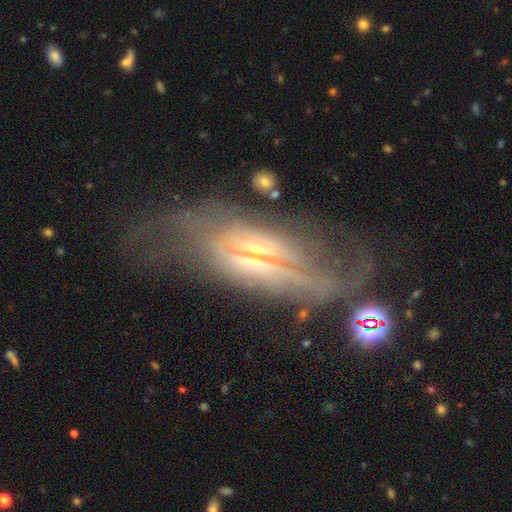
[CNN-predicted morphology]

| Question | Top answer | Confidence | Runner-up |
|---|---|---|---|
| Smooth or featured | featured or disk | 74% | smooth (15%) |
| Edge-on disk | yes | 60% | no (40%) |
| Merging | none | 38% | major disturbance (35%) |